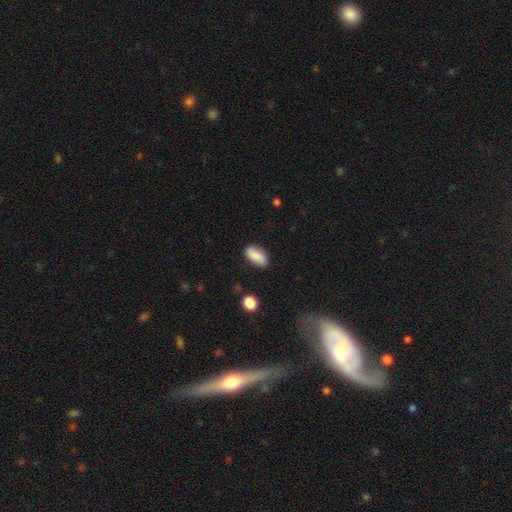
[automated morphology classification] The model was most divided on "smooth or featured": smooth: 79%, featured or disk: 14%, star or artifact: 7%. More confident: how rounded — in between (89%); merging — none (81%).